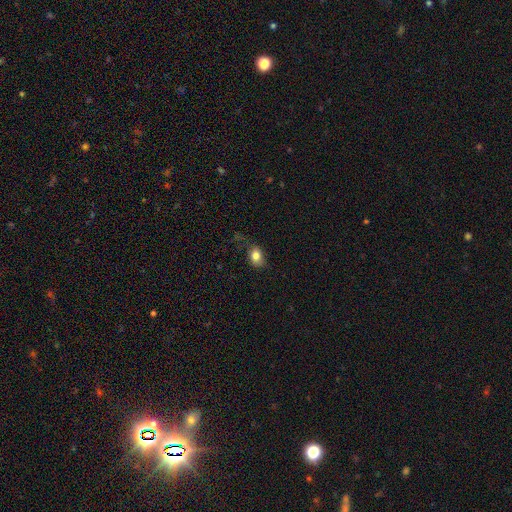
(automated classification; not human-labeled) A smooth galaxy with no disk features (81%) that is in between round and cigar-shaped (69%). Merging: none (64%).